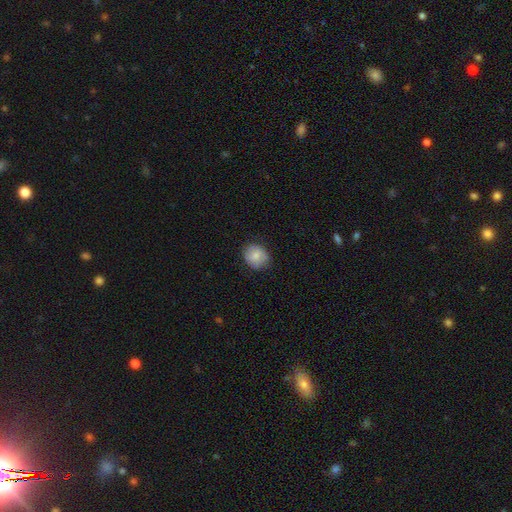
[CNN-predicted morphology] Smooth or featured?
  - smooth: 82% *
  - featured or disk: 10%
  - star or artifact: 8%
How rounded?
  - round: 76% *
  - in between: 23%
  - cigar-shaped: 1%
Merging?
  - none: 80% *
  - minor disturbance: 16%
  - major disturbance: 3%
  - merger: 1%